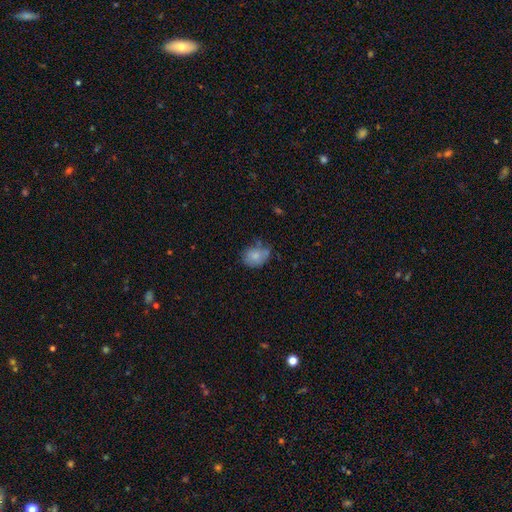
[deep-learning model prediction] This appears to be a smooth galaxy with no disk features (78%) that is in between round and cigar-shaped (59%). Merging: none (55%).